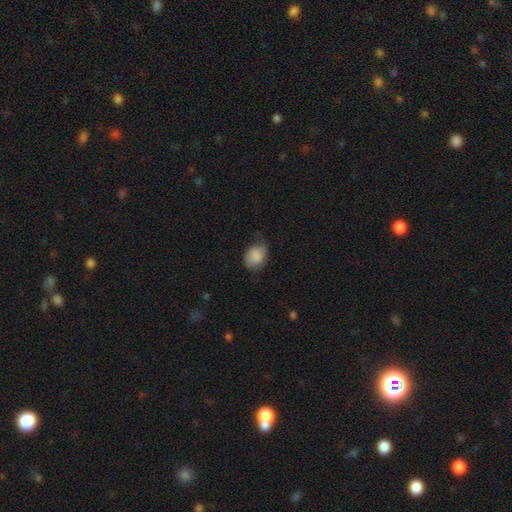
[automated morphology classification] This appears to be a smooth galaxy with no disk features (85%) that is in between round and cigar-shaped (65%). Merging: none (63%).